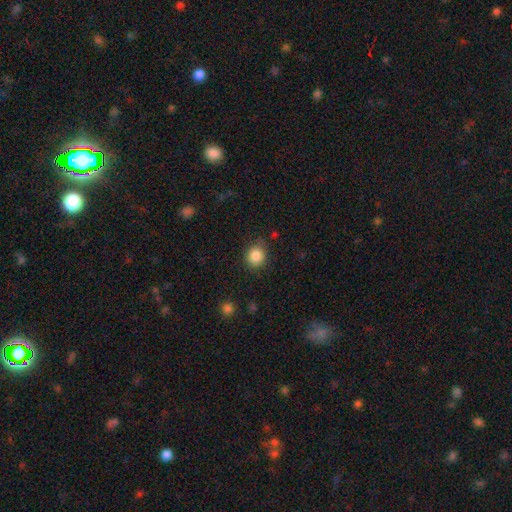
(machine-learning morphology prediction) smooth-or-featured: smooth: 85% | star or artifact: 10% | featured or disk: 4%
  how-rounded: round: 80% | in between: 19% | cigar-shaped: 1%
  merging: none: 82% | minor disturbance: 13% | major disturbance: 3% | merger: 2%